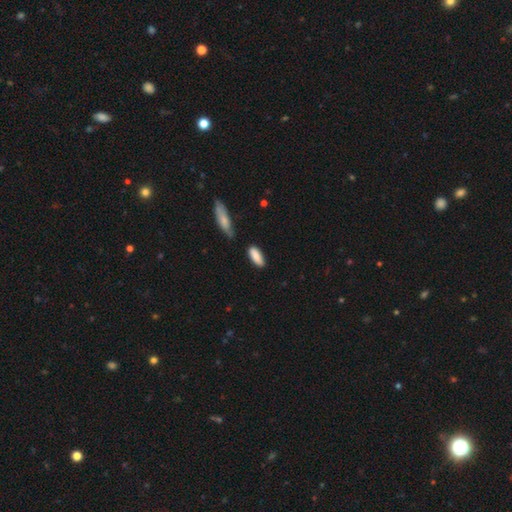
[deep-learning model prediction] The model was most divided on "how rounded": in between: 71%, cigar-shaped: 27%, round: 2%. More confident: smooth or featured — smooth (86%); merging — none (79%).